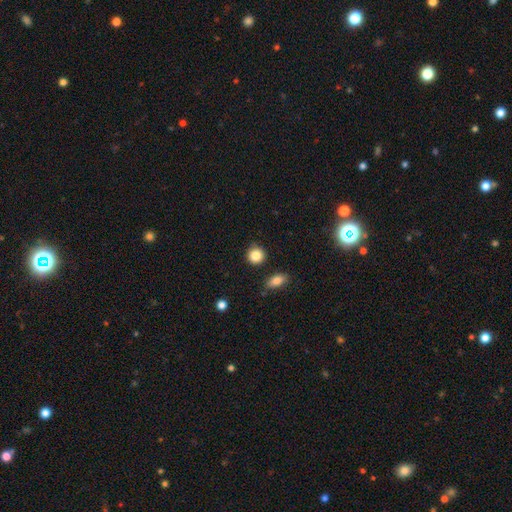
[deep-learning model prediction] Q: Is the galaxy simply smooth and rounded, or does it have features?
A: smooth — 86%.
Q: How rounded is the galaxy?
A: round — 90%.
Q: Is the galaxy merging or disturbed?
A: none — 86%.